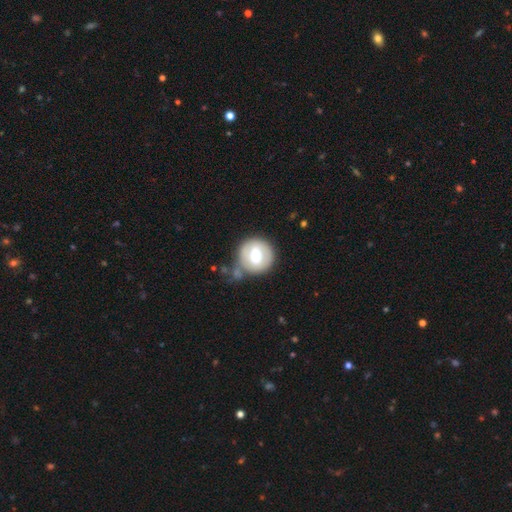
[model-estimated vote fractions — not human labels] Smooth or featured: smooth — 54% (featured or disk — 40%)
How rounded: round — 91% (in between — 8%)
Merging: none — 59% (minor disturbance — 19%)